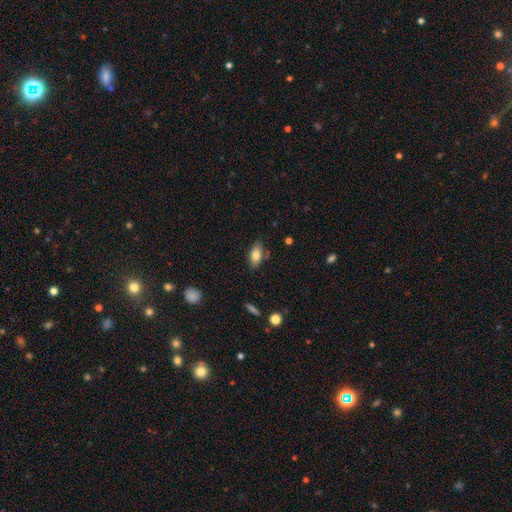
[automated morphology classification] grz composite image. It shows a smooth galaxy with no disk features (79%) that is in between round and cigar-shaped (89%). Merging: none (77%).